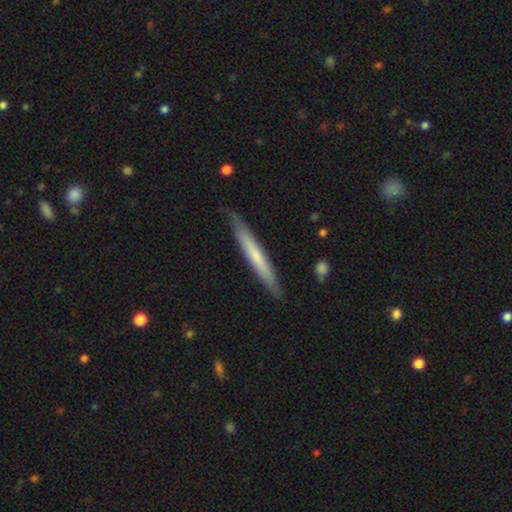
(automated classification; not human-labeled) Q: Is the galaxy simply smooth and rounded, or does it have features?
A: smooth — 54%.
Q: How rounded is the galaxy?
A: cigar-shaped — 96%.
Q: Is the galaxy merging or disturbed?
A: none — 85%.